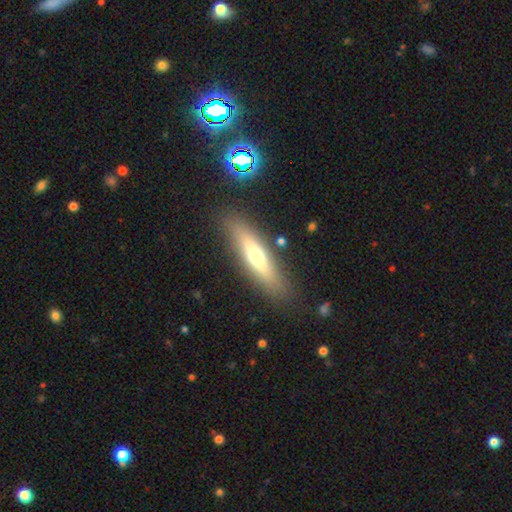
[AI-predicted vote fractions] Morphology: type=smooth (50%); roundness=cigar-shaped (77%); merging=none (84%).